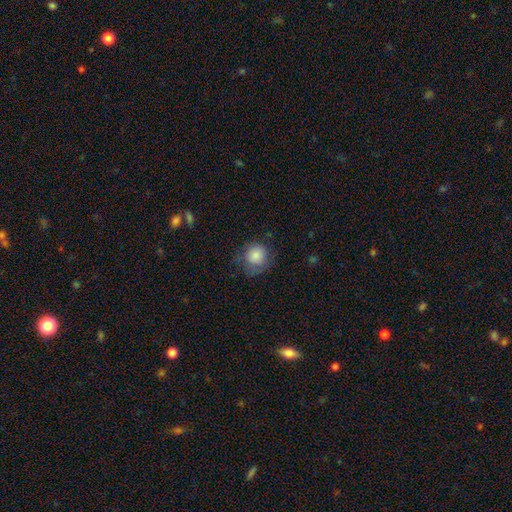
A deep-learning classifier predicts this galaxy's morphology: Q: Smooth or featured?
A: smooth (84%); runner-up: star or artifact (8%)
Q: How rounded?
A: round (85%); runner-up: in between (14%)
Q: Merging?
A: none (64%); runner-up: minor disturbance (24%)